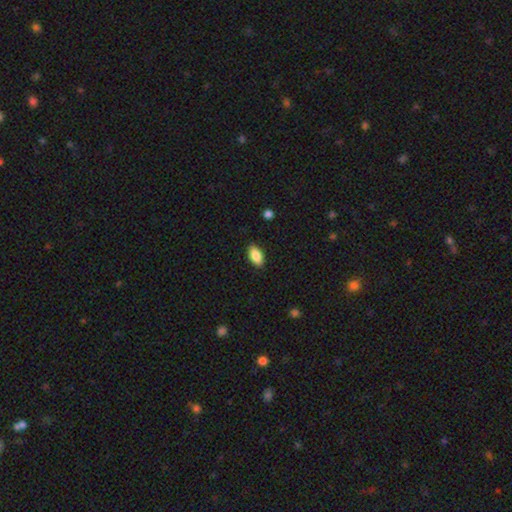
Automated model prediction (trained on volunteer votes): A smooth galaxy with no disk features (87%) that is in between round and cigar-shaped (92%). Merging: none (88%).